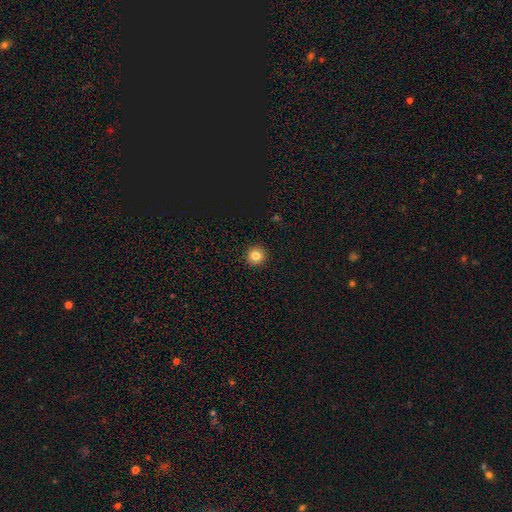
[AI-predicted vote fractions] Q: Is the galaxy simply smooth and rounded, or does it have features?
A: smooth — 82%.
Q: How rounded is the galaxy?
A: round — 94%.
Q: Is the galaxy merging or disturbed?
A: none — 93%.